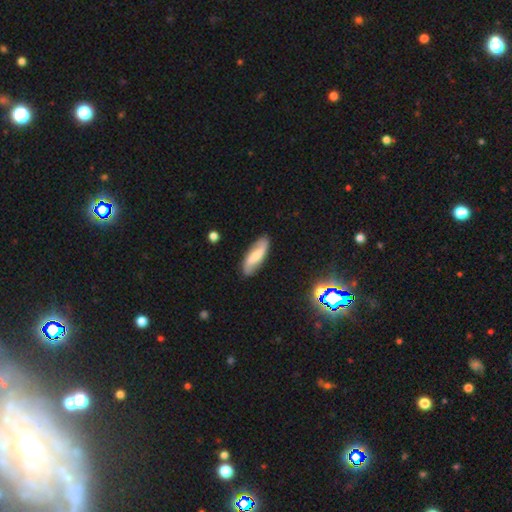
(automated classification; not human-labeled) Smooth or featured? featured or disk (53%)
Edge-on disk? no (84%)
Merging? none (85%)